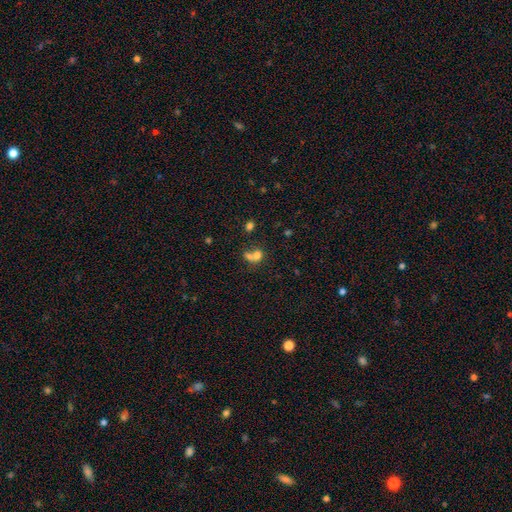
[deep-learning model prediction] Smooth or featured? smooth (70%)
How rounded? round (58%)
Merging? merger (61%)